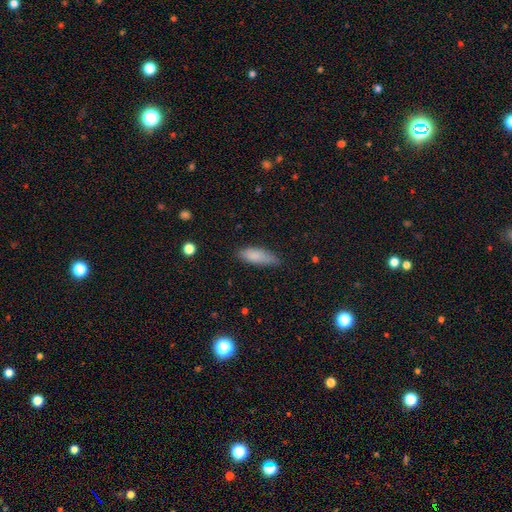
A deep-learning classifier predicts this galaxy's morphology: This is clearly a smooth galaxy (85%). How rounded: likely in between (61%). Merging: likely none (74%).